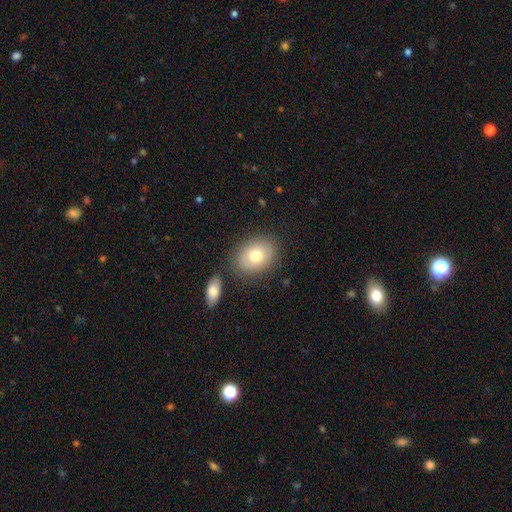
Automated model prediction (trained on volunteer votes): Smooth or featured?
  - smooth: 72% *
  - featured or disk: 20%
  - star or artifact: 8%
How rounded?
  - in between: 61% *
  - round: 38%
  - cigar-shaped: 1%
Merging?
  - none: 75% *
  - minor disturbance: 13%
  - merger: 8%
  - major disturbance: 4%